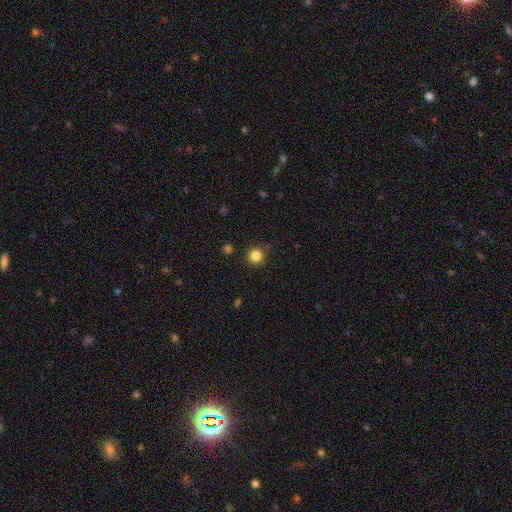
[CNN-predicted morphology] A smooth galaxy with no disk features (84%) that is round (95%).

Vote fractions:
- Smooth or featured? smooth: 84% / star or artifact: 12% / featured or disk: 4%
- How rounded? round: 95% / in between: 4% / cigar-shaped: 1%
- Merging? none: 89% / minor disturbance: 7% / merger: 2% / major disturbance: 2%